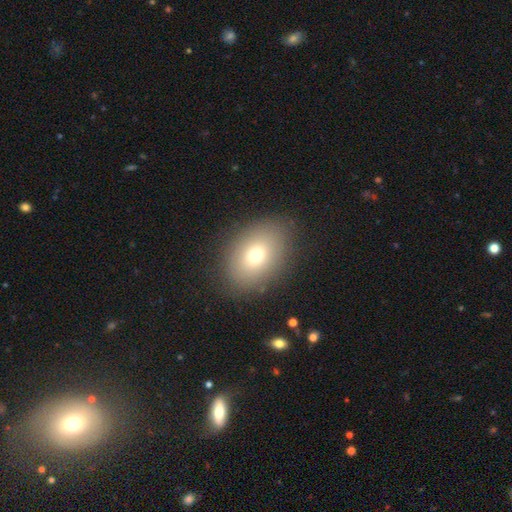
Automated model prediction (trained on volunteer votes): This is likely a smooth galaxy (72%). How rounded: likely in between (76%). Merging: clearly none (85%).